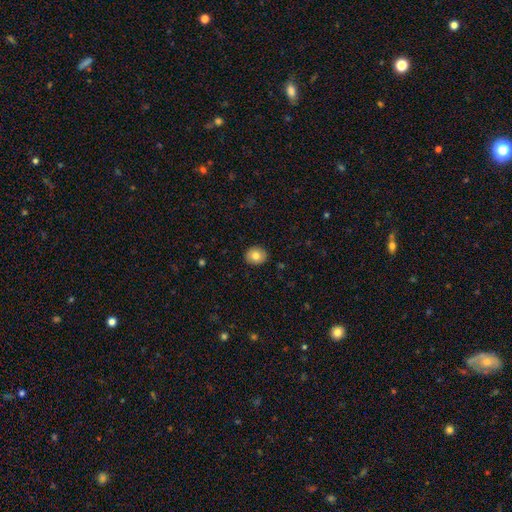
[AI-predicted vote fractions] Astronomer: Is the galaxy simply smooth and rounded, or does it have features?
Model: smooth — 79%.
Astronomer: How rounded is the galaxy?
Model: round — 66%.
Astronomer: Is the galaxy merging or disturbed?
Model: none — 90%.